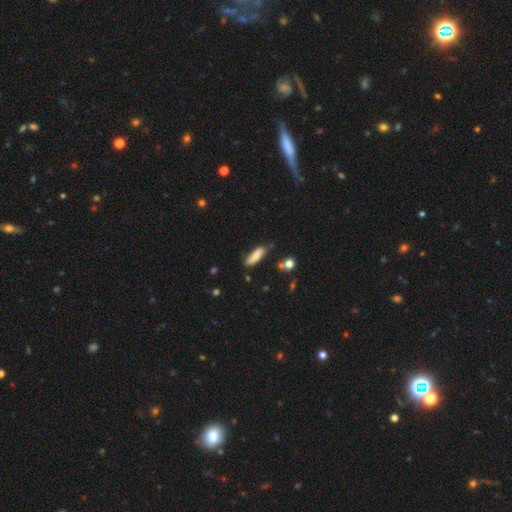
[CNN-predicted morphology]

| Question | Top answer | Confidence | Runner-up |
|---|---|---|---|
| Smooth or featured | smooth | 80% | featured or disk (13%) |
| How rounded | cigar-shaped | 54% | in between (44%) |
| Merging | none | 72% | minor disturbance (20%) |